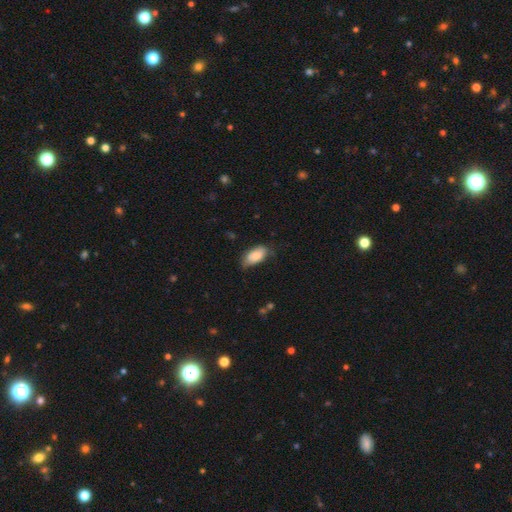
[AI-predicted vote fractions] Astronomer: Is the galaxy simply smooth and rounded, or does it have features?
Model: smooth — 81%.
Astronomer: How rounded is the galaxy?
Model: in between — 93%.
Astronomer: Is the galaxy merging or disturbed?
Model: none — 60%.